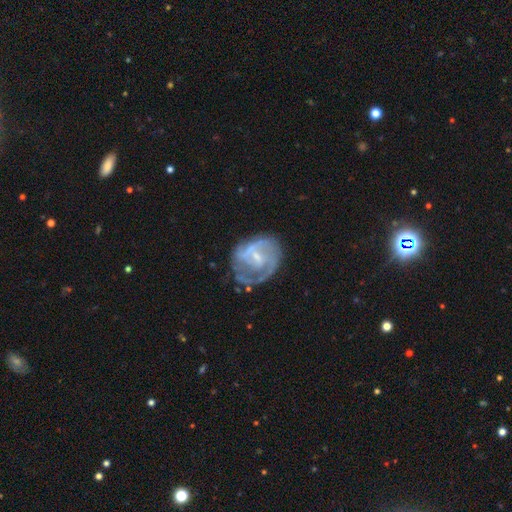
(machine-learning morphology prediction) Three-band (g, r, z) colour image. It shows a featured or disk galaxy (79%) with a weak bar (55%), 2 (41%) medium (41%) spiral arms (85%) and a small central bulge (55%). Merging: none (52%).